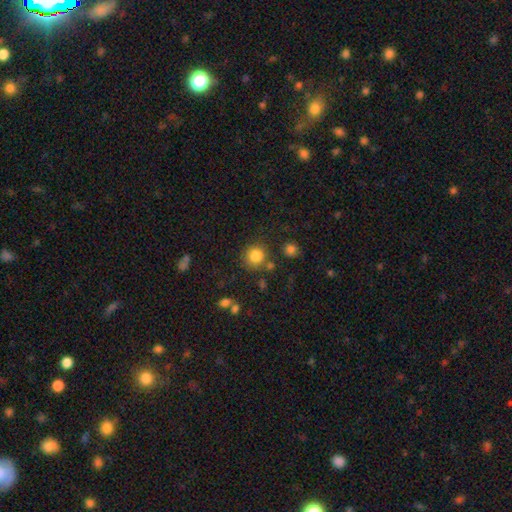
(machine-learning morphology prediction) smooth 84%, star or artifact 11%, featured or disk 5%. Down the decision tree: how rounded — round (91%); merging — none (77%).